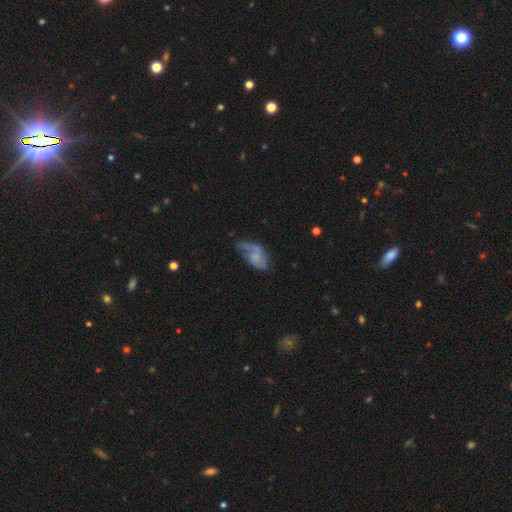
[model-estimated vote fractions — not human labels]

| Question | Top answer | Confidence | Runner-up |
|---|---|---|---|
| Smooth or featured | featured or disk | 59% | smooth (32%) |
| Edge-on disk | no | 96% | yes (4%) |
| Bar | no | 71% | weak (25%) |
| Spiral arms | yes | 75% | no (25%) |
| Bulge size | none | 51% | small (32%) |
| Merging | none | 34% | major disturbance (33%) |